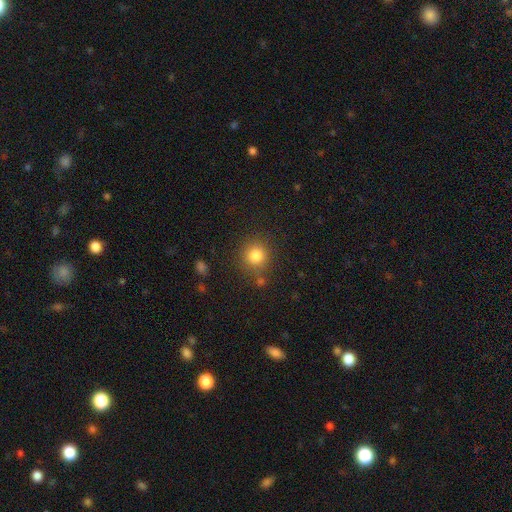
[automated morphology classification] smooth 83%, star or artifact 12%, featured or disk 6%. Down the decision tree: how rounded — round (91%); merging — none (81%).